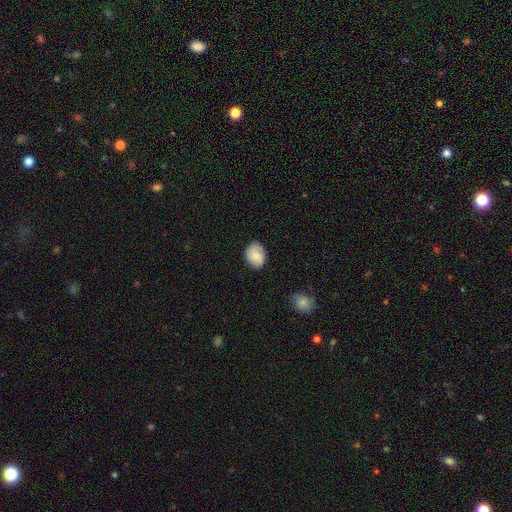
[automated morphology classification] Overall: smooth (69%). How rounded: in between (61%; round 38%). Merging: none (80%).